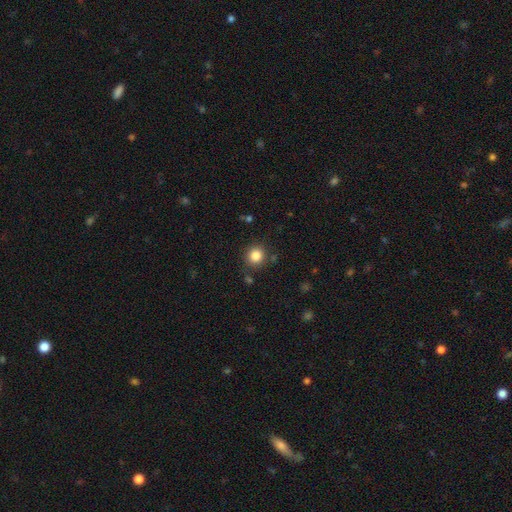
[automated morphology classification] Smooth or featured? Predicted: smooth (p=0.85). How rounded? Predicted: round (p=0.90). Merging? Predicted: none (p=0.85).